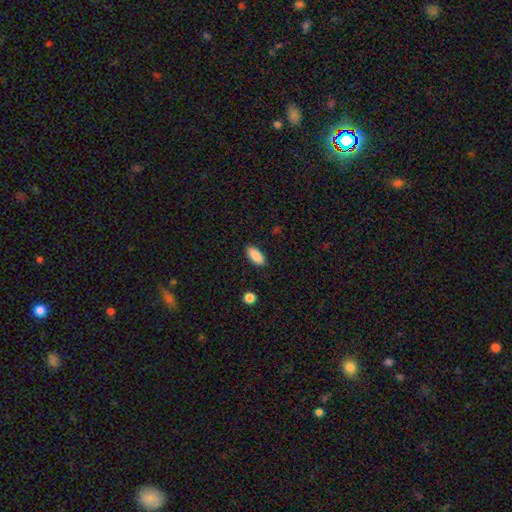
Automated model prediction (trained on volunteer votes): This appears to be a smooth galaxy with no disk features (89%) that is in between round and cigar-shaped (88%). Merging: none (88%).